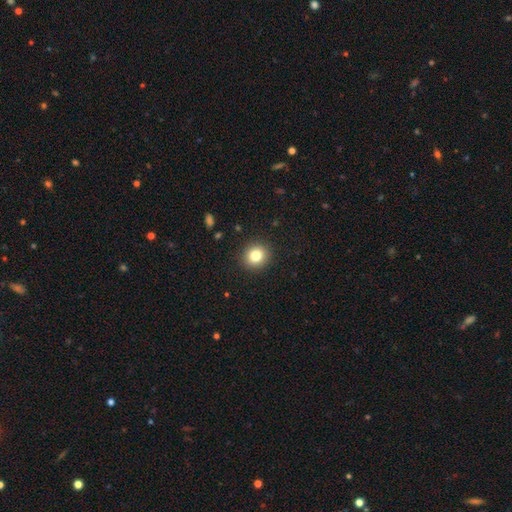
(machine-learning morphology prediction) Smooth or featured? smooth (81%)
How rounded? round (85%)
Merging? none (91%)